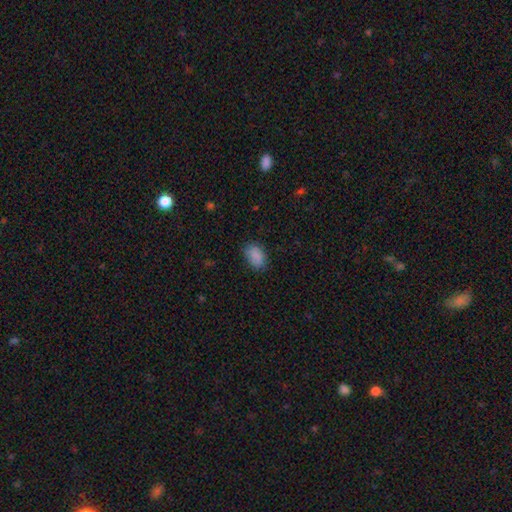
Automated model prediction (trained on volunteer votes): Overall: smooth (87%). How rounded: in between (88%). Merging: none (80%).